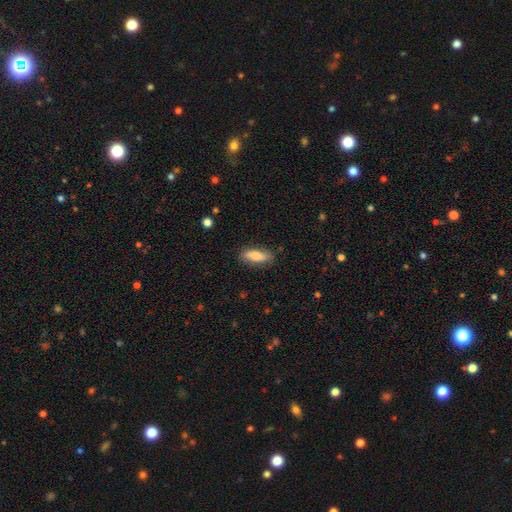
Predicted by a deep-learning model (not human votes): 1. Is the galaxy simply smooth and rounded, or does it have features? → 76% smooth, 18% featured or disk, 6% star or artifact.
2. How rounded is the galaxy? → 71% in between, 27% cigar-shaped, 2% round.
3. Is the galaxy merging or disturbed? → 84% none, 12% minor disturbance, 3% major disturbance, 1% merger.